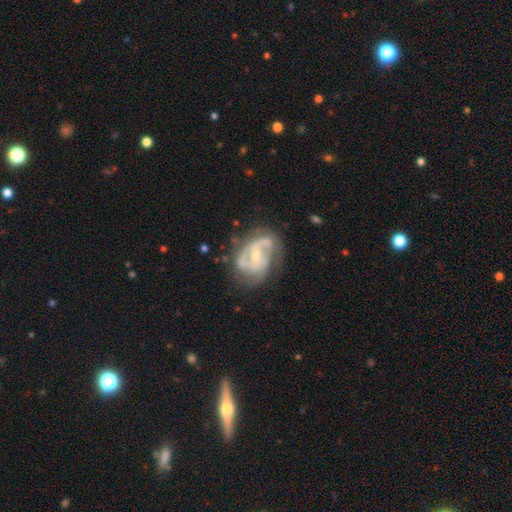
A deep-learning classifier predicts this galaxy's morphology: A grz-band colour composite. It shows a featured or disk galaxy (84%) with no bar (45%), 2 (54%) medium (47%) spiral arms (91%) and a small central bulge (59%). Merging: none (57%).